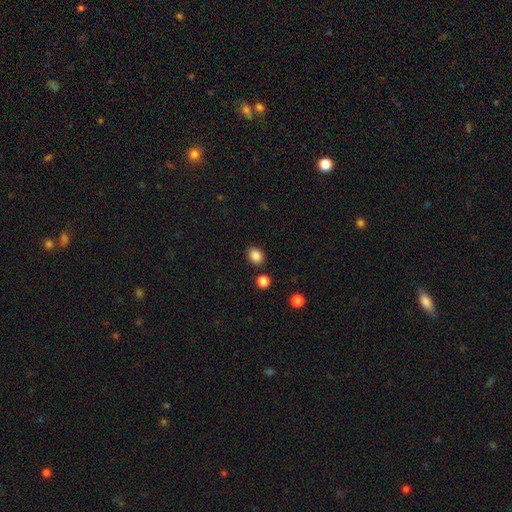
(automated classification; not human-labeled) This appears to be a smooth galaxy with no disk features (86%) that is round (59%). Merging: none (86%).